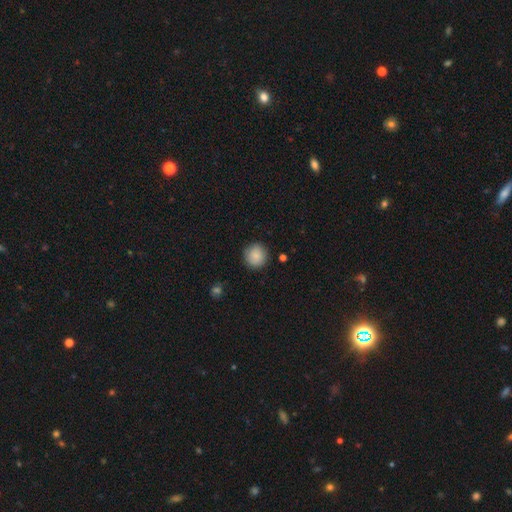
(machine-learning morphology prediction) type=smooth (87%); roundness=round (94%); merging=none (89%).